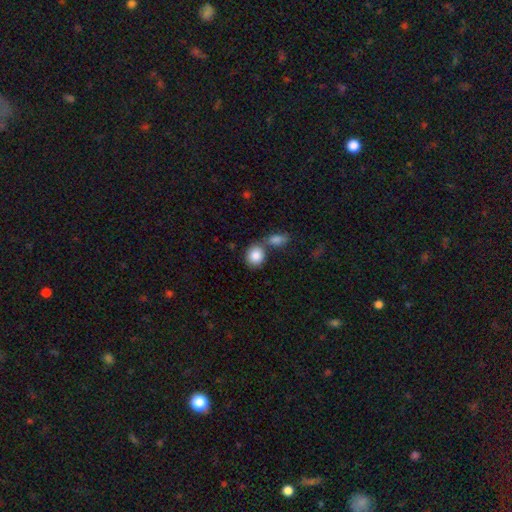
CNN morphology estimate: A smooth galaxy with no disk features (86%) that is round (70%).

Vote fractions:
- Smooth or featured? smooth: 86% / star or artifact: 7% / featured or disk: 7%
- How rounded? round: 70% / in between: 29% / cigar-shaped: 1%
- Merging? none: 56% / merger: 30% / minor disturbance: 11% / major disturbance: 4%